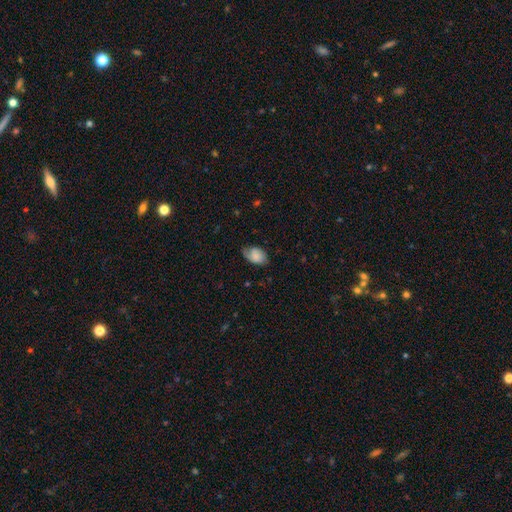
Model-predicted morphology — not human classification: smooth 69%, featured or disk 23%, star or artifact 8%. Down the decision tree: how rounded — in between (88%); merging — none (59%).